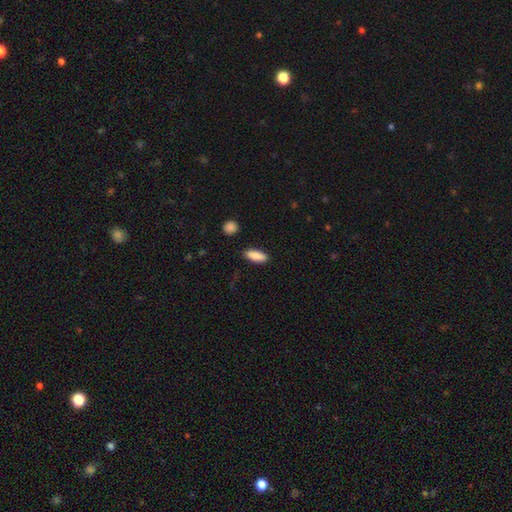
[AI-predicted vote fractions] The model was most divided on "how rounded": in between: 70%, cigar-shaped: 28%, round: 2%. More confident: smooth or featured — smooth (89%); merging — none (87%).